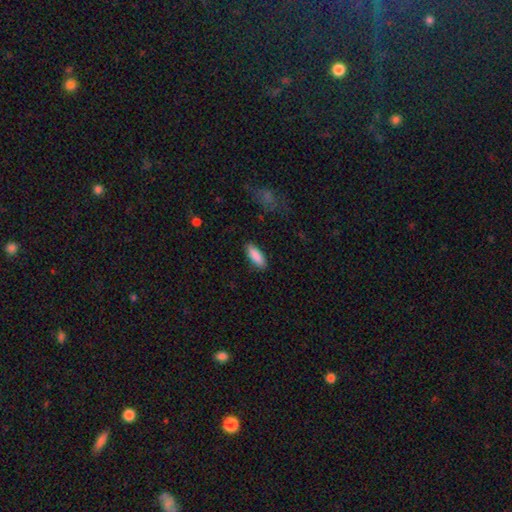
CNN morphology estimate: A smooth galaxy with no disk features (89%) that is in between round and cigar-shaped (69%). Merging: none (87%).